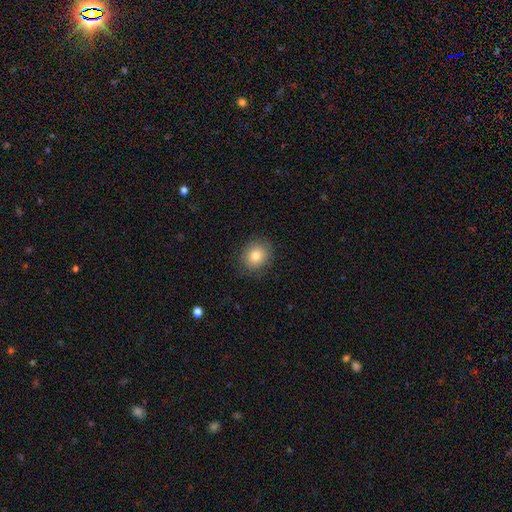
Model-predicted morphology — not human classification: This appears to be a smooth galaxy with no disk features (80%) that is round (73%). Merging: none (85%).